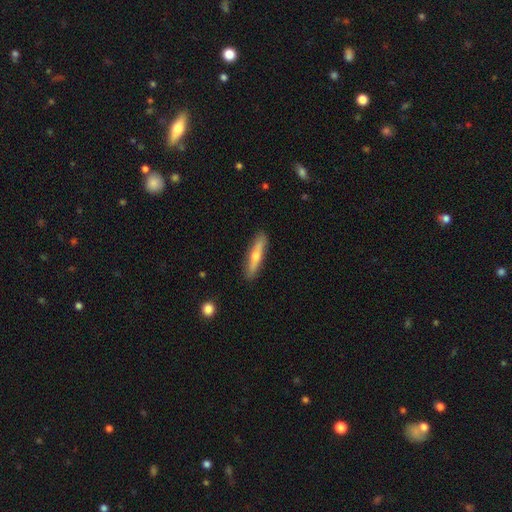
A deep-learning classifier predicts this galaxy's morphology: Q: Smooth or featured?
A: featured or disk (50%); runner-up: smooth (43%)
Q: Merging?
A: none (89%); runner-up: minor disturbance (8%)